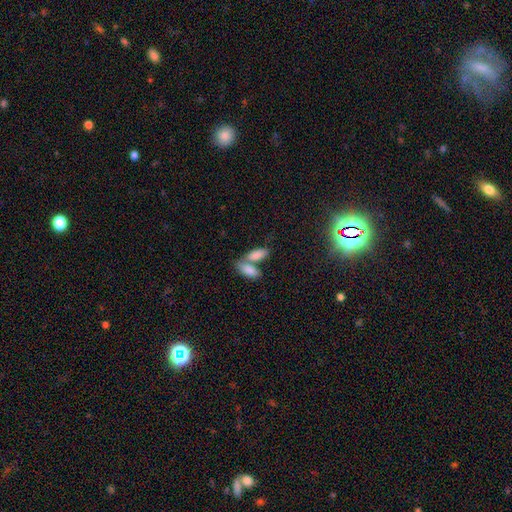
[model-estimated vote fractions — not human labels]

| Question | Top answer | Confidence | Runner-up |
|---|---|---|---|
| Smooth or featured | smooth | 54% | star or artifact (29%) |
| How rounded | in between | 74% | cigar-shaped (18%) |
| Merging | merger | 52% | none (35%) |